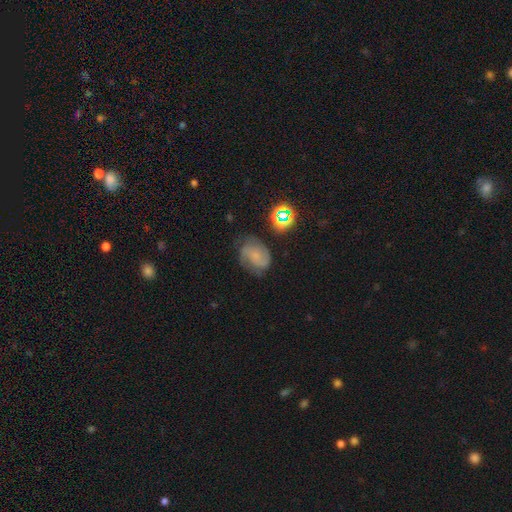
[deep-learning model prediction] smooth_or_featured: featured or disk (p=0.61) [alt: smooth p=0.26]
disk_edge_on: no (p=0.97) [alt: yes p=0.03]
bar: no (p=0.68) [alt: weak p=0.27]
has_spiral_arms: yes (p=0.90) [alt: no p=0.10]
spiral_winding: medium (p=0.44) [alt: tight p=0.38]
spiral_arm_count: 2 (p=0.54) [alt: can't tell p=0.22]
bulge_size: small (p=0.69) [alt: none p=0.14]
merging: none (p=0.58) [alt: minor disturbance p=0.26]